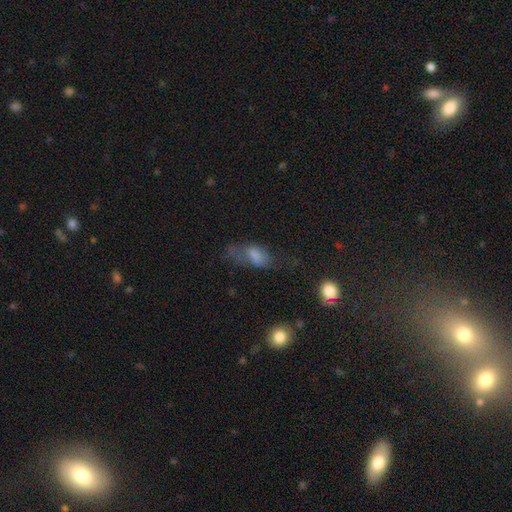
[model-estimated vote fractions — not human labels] smooth 65%, featured or disk 22%, star or artifact 13%. Down the decision tree: how rounded — in between (86%); merging — major disturbance (37%).